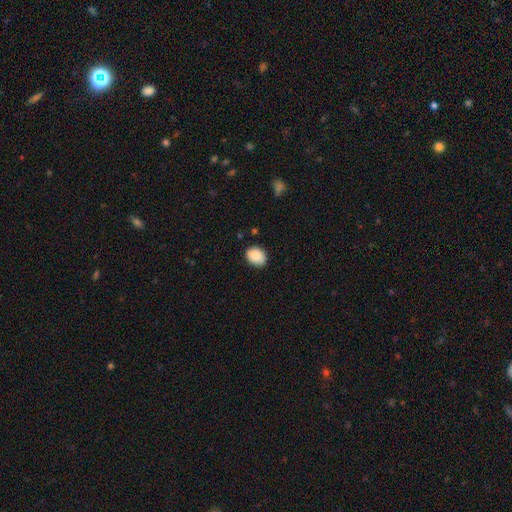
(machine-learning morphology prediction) smooth_or_featured: smooth (p=0.89) [alt: star or artifact p=0.07]
how_rounded: in between (p=0.58) [alt: round p=0.41]
merging: none (p=0.85) [alt: minor disturbance p=0.12]